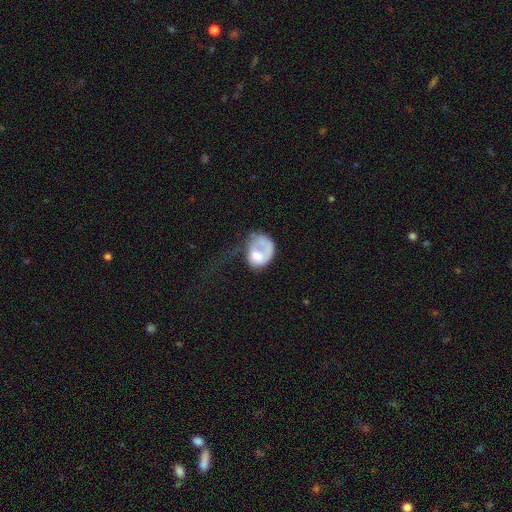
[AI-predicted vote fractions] Overall: featured or disk (48%; smooth 45%). Merging: major disturbance (52%; none 21%).